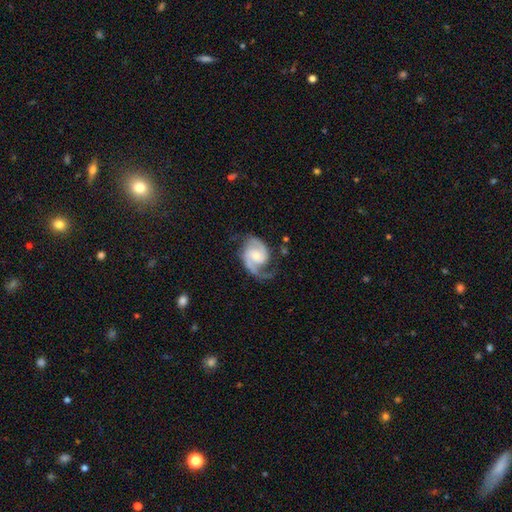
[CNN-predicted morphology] Smooth or featured: featured or disk — 88% (smooth — 8%)
Edge-on disk: no — 98% (yes — 2%)
Bar: no — 55% (weak — 36%)
Spiral arms: yes — 97% (no — 3%)
Spiral winding: medium — 52% (tight — 25%)
Spiral arm count: 2 — 83% (1 — 11%)
Bulge size: small — 46% (moderate — 42%)
Merging: none — 64% (minor disturbance — 20%)